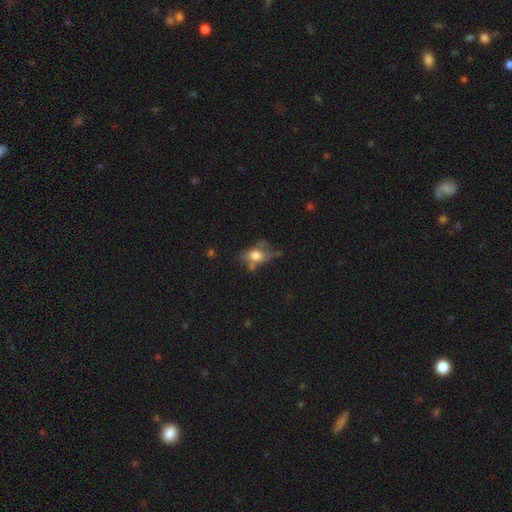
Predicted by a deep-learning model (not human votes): The model was most divided on "merging": none: 36%, minor disturbance: 28%, major disturbance: 26%, merger: 11%. More confident: how rounded — in between (77%); smooth or featured — smooth (59%).